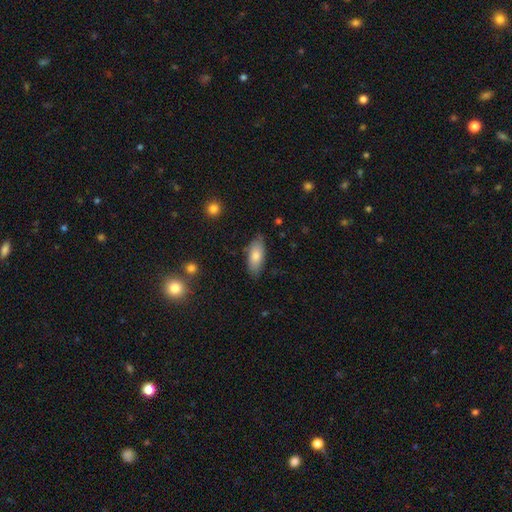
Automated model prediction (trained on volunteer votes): Overall: smooth (79%). How rounded: in between (85%). Merging: none (79%).